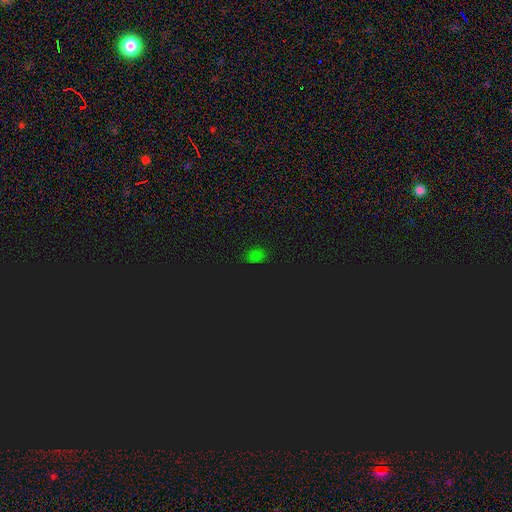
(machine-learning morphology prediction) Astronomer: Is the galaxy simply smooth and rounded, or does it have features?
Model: smooth — 54% (runner-up: star or artifact, 41%).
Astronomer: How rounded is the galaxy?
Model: in between — 63%.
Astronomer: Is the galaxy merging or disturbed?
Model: none — 81%.